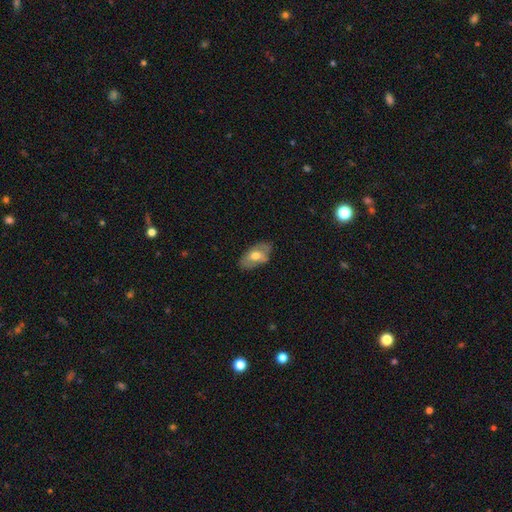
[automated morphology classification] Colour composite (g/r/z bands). It shows a smooth galaxy with no disk features (57%) that is in between round and cigar-shaped (92%). Merging: none (72%).